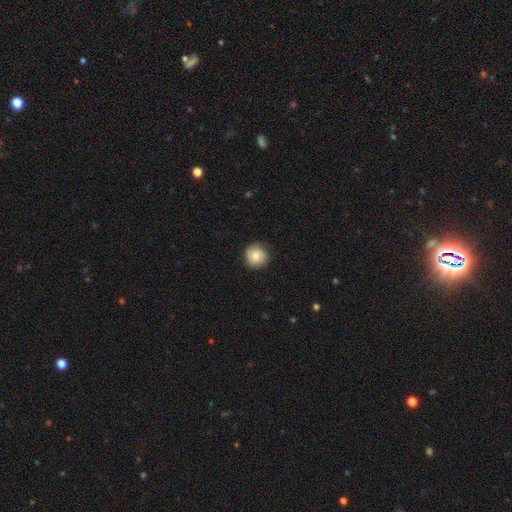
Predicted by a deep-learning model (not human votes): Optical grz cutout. It shows a smooth galaxy with no disk features (80%) that is round (93%). Merging: none (84%).